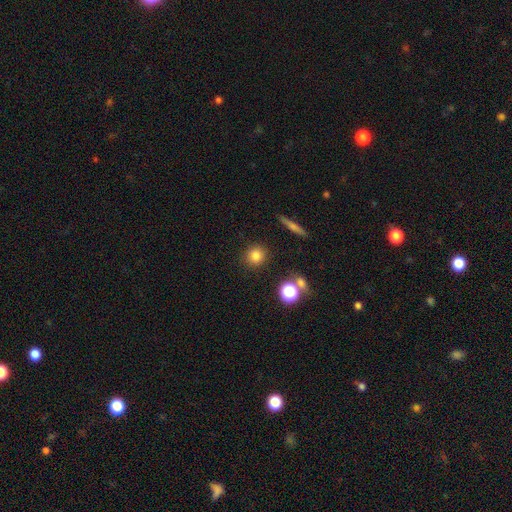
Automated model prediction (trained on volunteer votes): Smooth or featured? smooth (80%)
How rounded? round (89%)
Merging? none (89%)